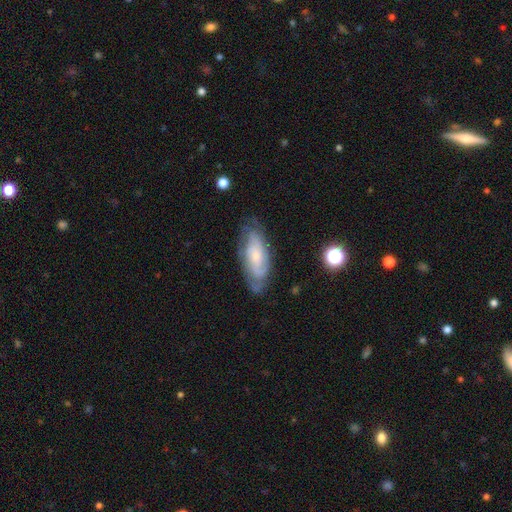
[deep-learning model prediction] featured or disk 71%, smooth 22%, star or artifact 7%. Down the decision tree: edge-on disk — no (89%); bar — no (66%); spiral arms — yes (88%); spiral arm count — can't tell (41%); spiral winding — tight (56%); bulge size — small (65%); merging — none (73%).